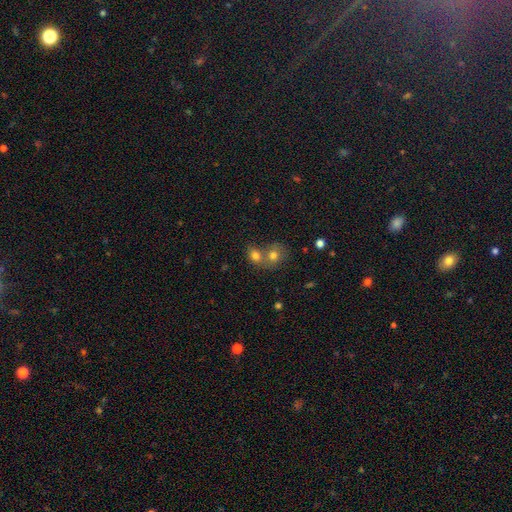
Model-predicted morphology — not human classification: This appears to be a smooth galaxy with no disk features (76%) that is round (56%). Merging: merger (58%).